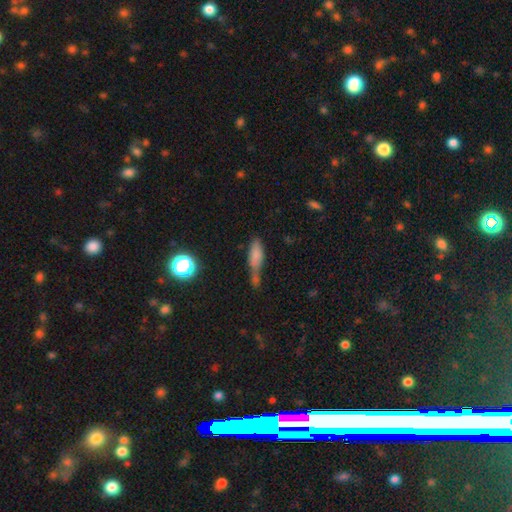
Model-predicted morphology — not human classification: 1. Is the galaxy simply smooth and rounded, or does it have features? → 72% smooth, 16% featured or disk, 12% star or artifact.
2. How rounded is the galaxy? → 54% in between, 41% cigar-shaped, 5% round.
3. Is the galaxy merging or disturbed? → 37% merger, 27% none, 22% minor disturbance, 14% major disturbance.